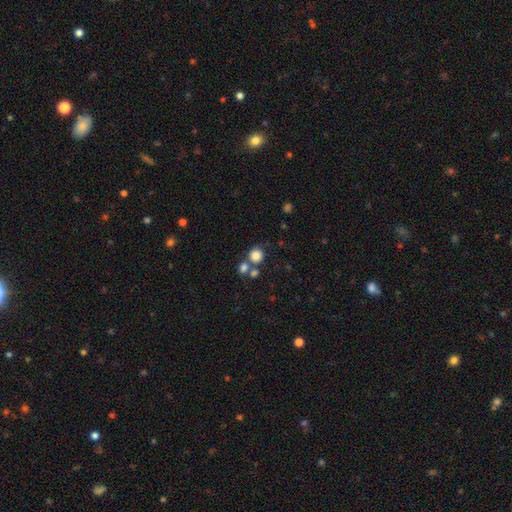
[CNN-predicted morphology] This is clearly a smooth galaxy (82%). How rounded: clearly round (89%). Merging: likely none (61%).